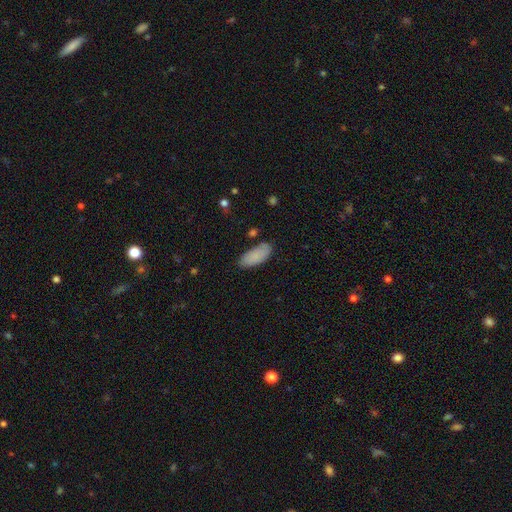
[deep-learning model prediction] Smooth or featured: smooth — 85% (featured or disk — 8%)
How rounded: in between — 87% (cigar-shaped — 11%)
Merging: none — 76% (minor disturbance — 17%)